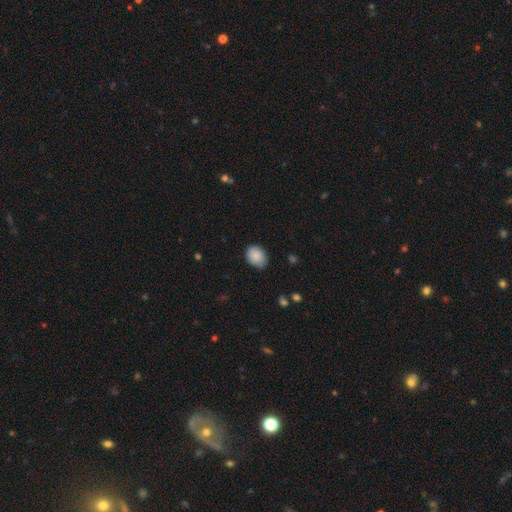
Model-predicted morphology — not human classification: smooth 86%, star or artifact 8%, featured or disk 6%. Down the decision tree: how rounded — round (50%); merging — none (71%).